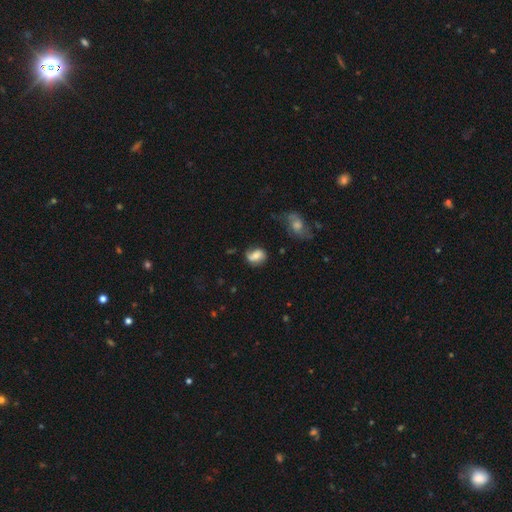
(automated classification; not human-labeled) smooth_or_featured: smooth (p=0.51) [alt: featured or disk p=0.40]
how_rounded: in between (p=0.60) [alt: round p=0.38]
merging: none (p=0.59) [alt: minor disturbance p=0.26]